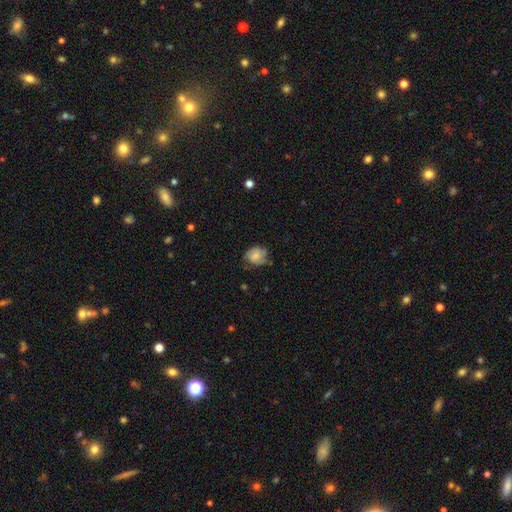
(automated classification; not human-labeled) Smooth or featured: smooth — 57% (featured or disk — 34%)
How rounded: round — 59% (in between — 40%)
Merging: none — 54% (minor disturbance — 31%)